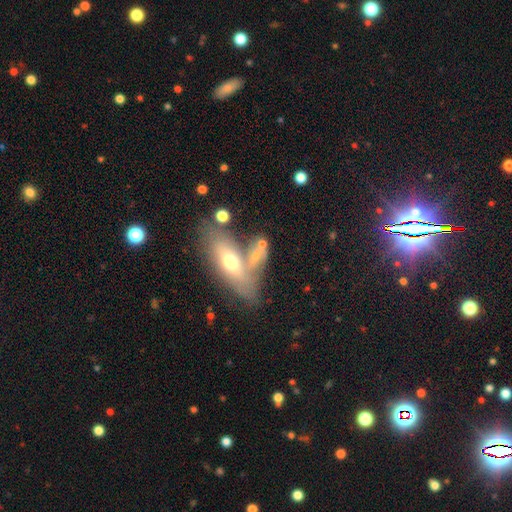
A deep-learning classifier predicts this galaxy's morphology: Smooth or featured?
  - smooth: 48% *
  - featured or disk: 42%
  - star or artifact: 10%
Merging?
  - merger: 50% *
  - none: 25%
  - minor disturbance: 12%
  - major disturbance: 12%